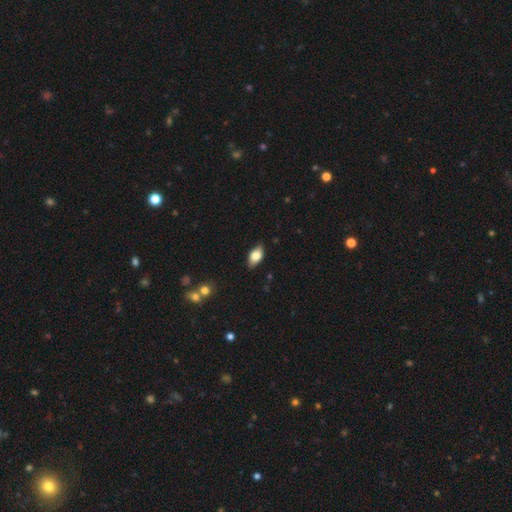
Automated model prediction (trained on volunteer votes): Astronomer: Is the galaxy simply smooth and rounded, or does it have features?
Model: smooth — 73%.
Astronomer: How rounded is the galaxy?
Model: in between — 88%.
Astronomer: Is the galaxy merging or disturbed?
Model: none — 83%.